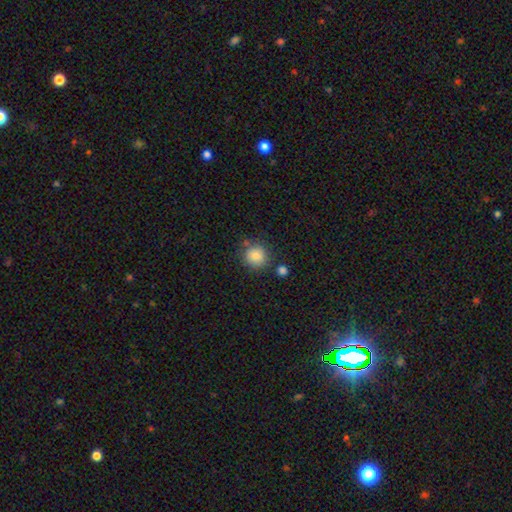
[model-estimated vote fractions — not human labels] Smooth or featured? smooth (85%)
How rounded? round (90%)
Merging? none (76%)